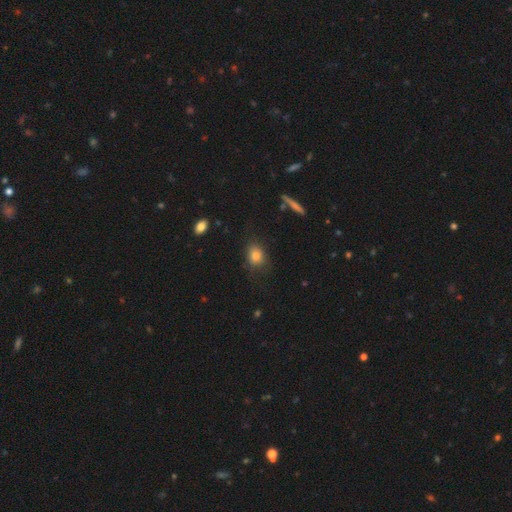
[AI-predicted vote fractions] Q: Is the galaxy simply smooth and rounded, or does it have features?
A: smooth — 80%.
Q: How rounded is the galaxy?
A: in between — 53%.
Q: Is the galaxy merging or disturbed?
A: none — 74%.